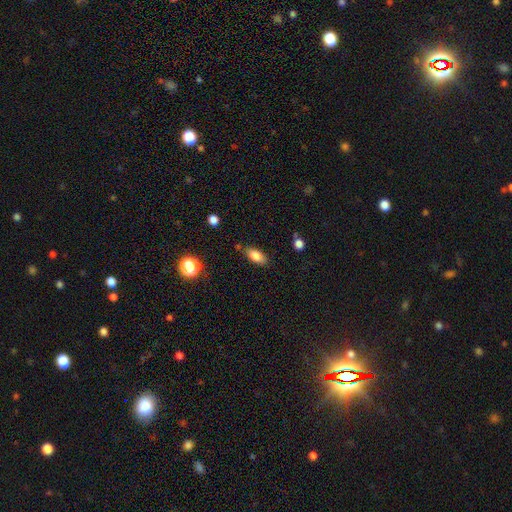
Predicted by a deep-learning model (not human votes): Smooth or featured: smooth — 81% (featured or disk — 10%)
How rounded: in between — 86% (cigar-shaped — 10%)
Merging: none — 77% (minor disturbance — 16%)